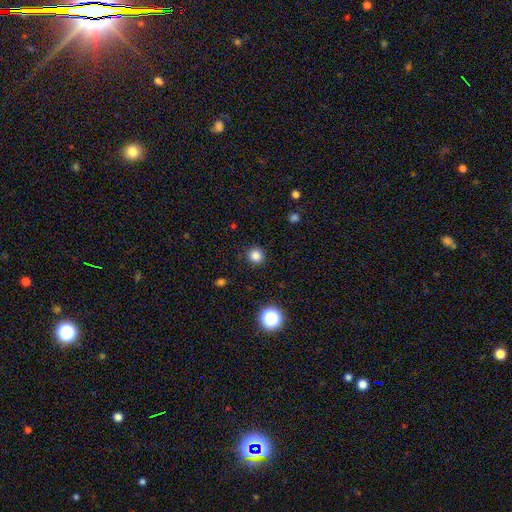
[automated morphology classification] A smooth galaxy with no disk features (83%) that is round (93%).

Vote fractions:
- Smooth or featured? smooth: 83% / star or artifact: 13% / featured or disk: 4%
- How rounded? round: 93% / in between: 6% / cigar-shaped: 1%
- Merging? none: 91% / minor disturbance: 6% / major disturbance: 2% / merger: 1%